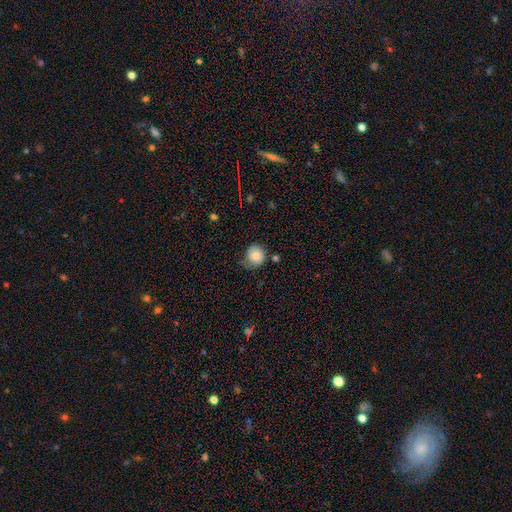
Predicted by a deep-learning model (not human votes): smooth_or_featured: smooth (p=0.78) [alt: featured or disk p=0.14]
how_rounded: round (p=0.87) [alt: in between p=0.12]
merging: none (p=0.58) [alt: minor disturbance p=0.30]